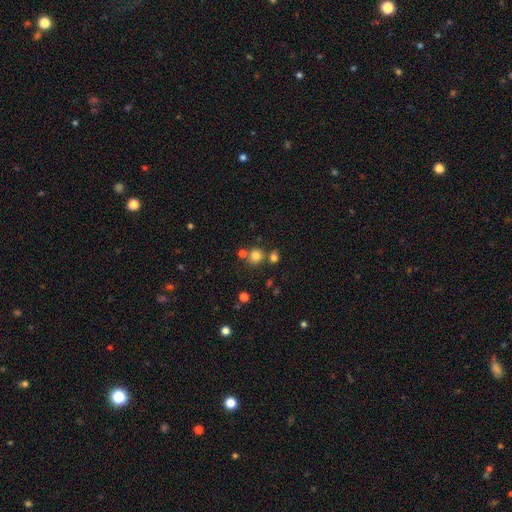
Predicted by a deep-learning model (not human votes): Smooth or featured? smooth (78%)
How rounded? round (89%)
Merging? none (70%)